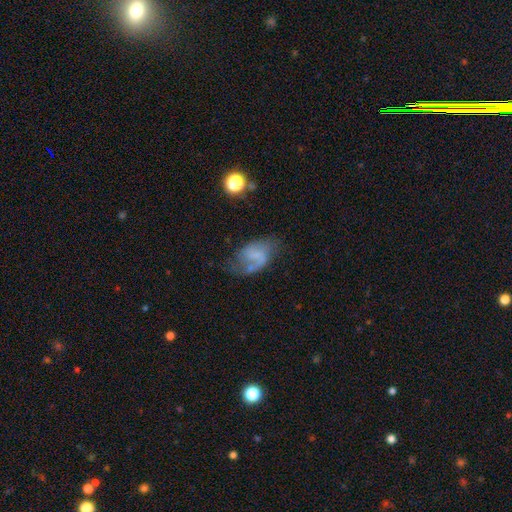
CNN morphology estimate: Smooth or featured? Predicted: featured or disk (p=0.62). Edge-on disk? Predicted: no (p=0.97). Bar? Predicted: no (p=0.44). Spiral arms? Predicted: yes (p=0.83). Bulge size? Predicted: none (p=0.56). Merging? Predicted: none (p=0.47).